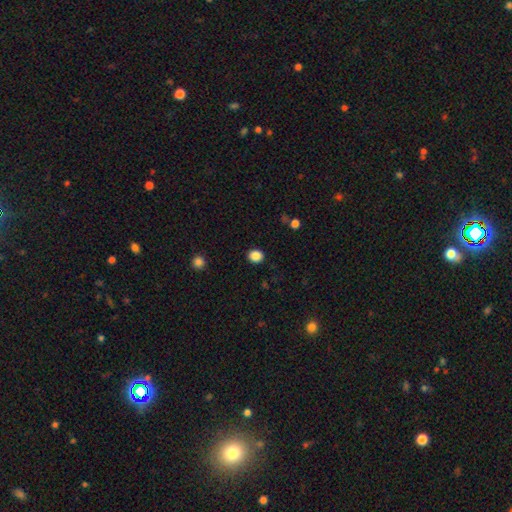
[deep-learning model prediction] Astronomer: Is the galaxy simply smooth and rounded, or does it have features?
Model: smooth — 87%.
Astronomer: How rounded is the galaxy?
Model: round — 74%.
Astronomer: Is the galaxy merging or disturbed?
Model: none — 91%.